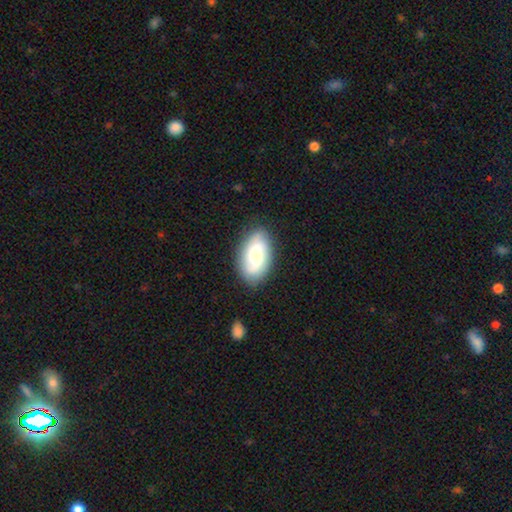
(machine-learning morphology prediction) Smooth or featured?
  - smooth: 47% *
  - featured or disk: 45%
  - star or artifact: 8%
Merging?
  - none: 81% *
  - minor disturbance: 14%
  - major disturbance: 4%
  - merger: 2%